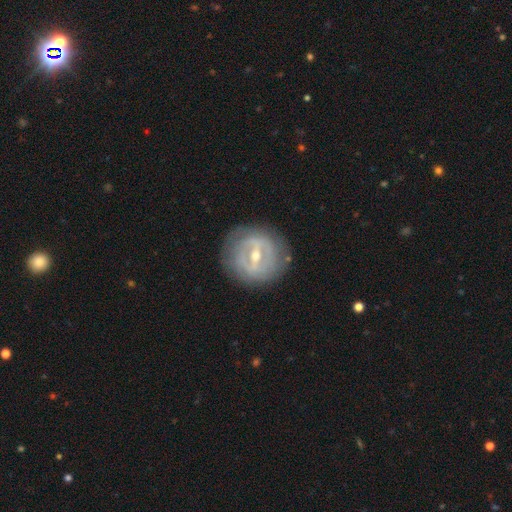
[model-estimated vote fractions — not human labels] The model was most divided on "spiral arms": no: 55%, yes: 45%. More confident: edge-on disk — no (92%); merging — none (82%); smooth or featured — featured or disk (79%); bar — strong (60%); bulge size — moderate (57%).